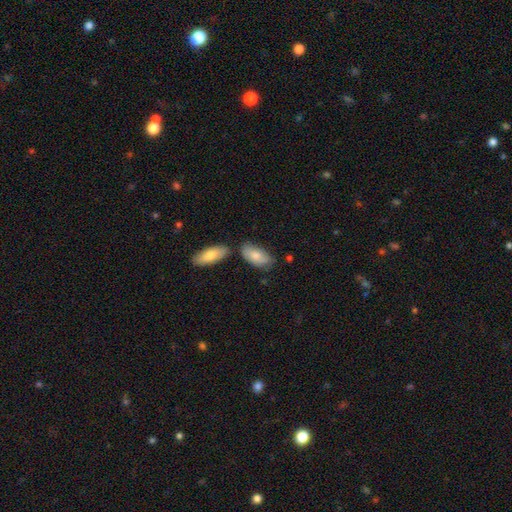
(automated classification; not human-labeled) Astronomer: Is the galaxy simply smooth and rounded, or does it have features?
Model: smooth — 77%.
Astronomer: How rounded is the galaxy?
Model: in between — 91%.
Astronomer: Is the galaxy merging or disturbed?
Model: none — 59%.